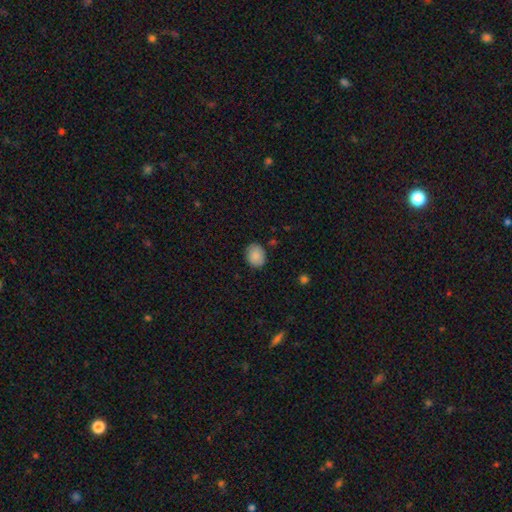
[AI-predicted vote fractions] Morphology: type=smooth (87%); roundness=round (55%); merging=none (85%).